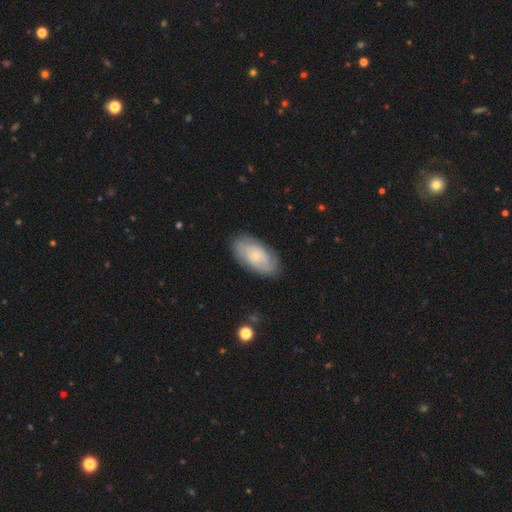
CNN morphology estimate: A featured or disk galaxy (52%).

Vote fractions:
- Smooth or featured? featured or disk: 52% / smooth: 42% / star or artifact: 6%
- Edge-on disk? no: 93% / yes: 7%
- Merging? none: 79% / minor disturbance: 15% / major disturbance: 4% / merger: 1%